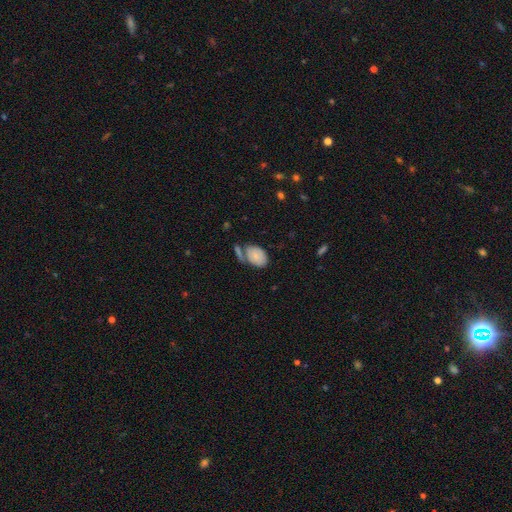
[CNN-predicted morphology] A smooth galaxy with no disk features (74%) that is in between round and cigar-shaped (88%). Merging: none (51%).